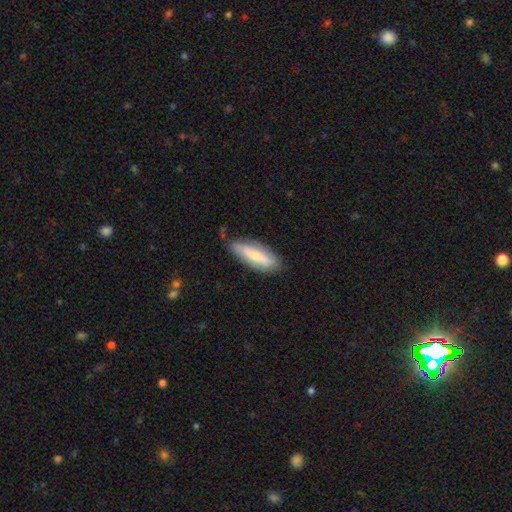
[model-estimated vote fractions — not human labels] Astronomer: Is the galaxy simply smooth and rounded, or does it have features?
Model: smooth — 53% (runner-up: featured or disk, 41%).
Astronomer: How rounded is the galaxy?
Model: in between — 62%.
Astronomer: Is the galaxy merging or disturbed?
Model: none — 75%.